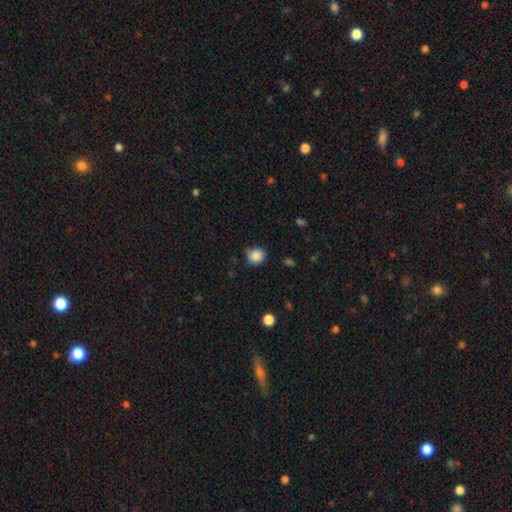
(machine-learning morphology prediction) A smooth galaxy with no disk features (86%) that is round (83%).

Vote fractions:
- Smooth or featured? smooth: 86% / star or artifact: 10% / featured or disk: 4%
- How rounded? round: 83% / in between: 16% / cigar-shaped: 1%
- Merging? none: 72% / minor disturbance: 22% / major disturbance: 4% / merger: 2%